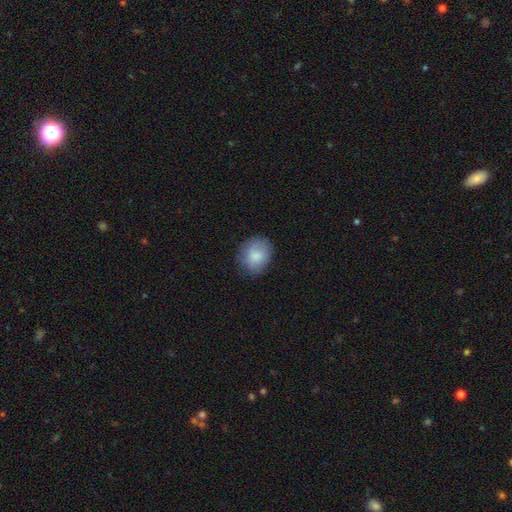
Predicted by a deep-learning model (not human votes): Smooth or featured? Predicted: smooth (p=0.83). How rounded? Predicted: round (p=0.58). Merging? Predicted: none (p=0.76).